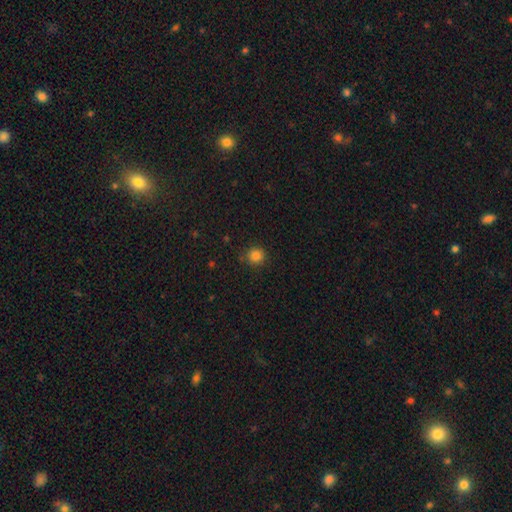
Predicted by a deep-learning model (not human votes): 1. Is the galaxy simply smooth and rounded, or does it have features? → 84% smooth, 12% star or artifact, 4% featured or disk.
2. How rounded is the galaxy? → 92% round, 7% in between, 1% cigar-shaped.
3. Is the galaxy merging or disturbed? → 87% none, 9% minor disturbance, 2% major disturbance, 1% merger.